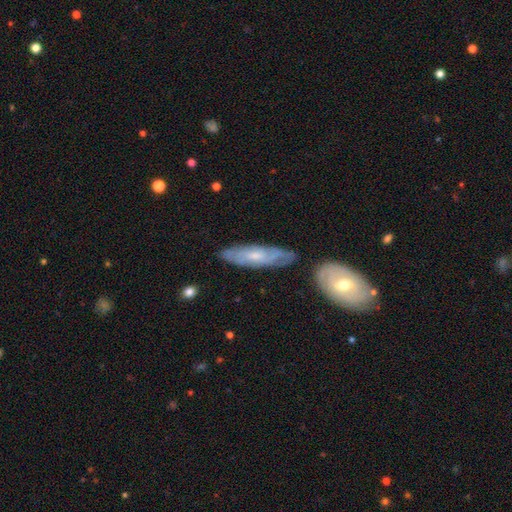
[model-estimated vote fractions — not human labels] Smooth or featured? featured or disk (57%)
Edge-on disk? no (72%)
Merging? none (72%)